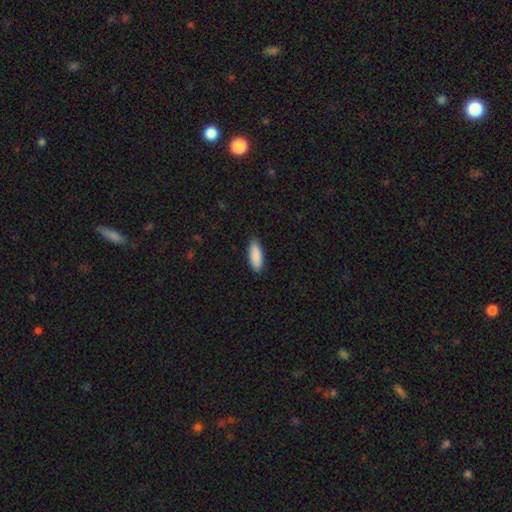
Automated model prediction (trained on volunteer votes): smooth 90%, star or artifact 6%, featured or disk 4%. Down the decision tree: how rounded — in between (65%); merging — none (88%).